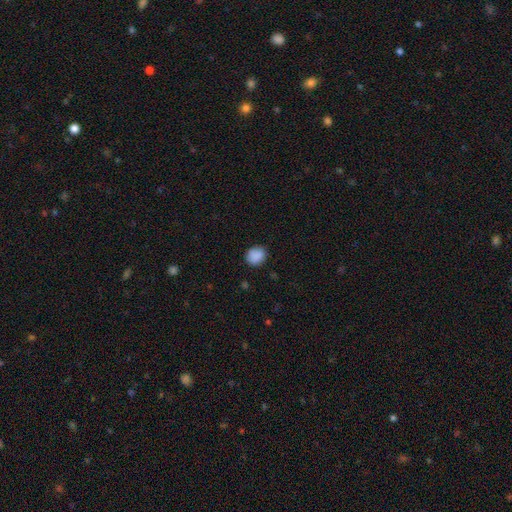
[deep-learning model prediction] Smooth or featured? smooth (88%)
How rounded? round (73%)
Merging? none (83%)